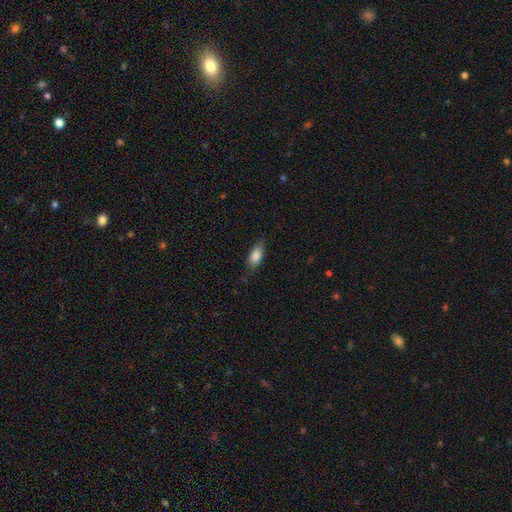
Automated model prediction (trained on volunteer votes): Overall: smooth (84%). How rounded: in between (82%). Merging: none (80%).